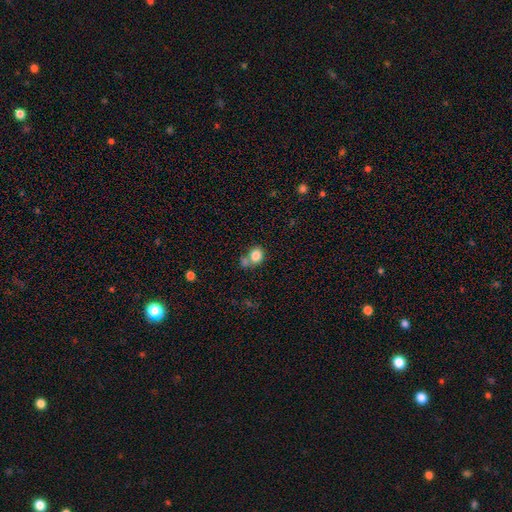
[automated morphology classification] A smooth galaxy with no disk features (83%) that is round (67%).

Vote fractions:
- Smooth or featured? smooth: 83% / star or artifact: 9% / featured or disk: 7%
- How rounded? round: 67% / in between: 32% / cigar-shaped: 1%
- Merging? none: 50% / merger: 32% / minor disturbance: 13% / major disturbance: 5%